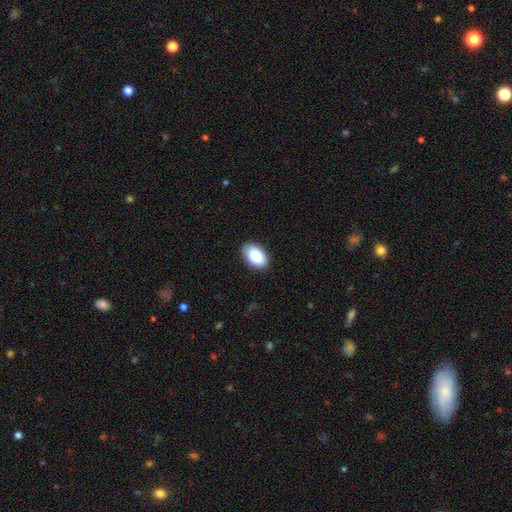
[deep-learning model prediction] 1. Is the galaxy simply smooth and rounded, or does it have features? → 84% smooth, 9% featured or disk, 7% star or artifact.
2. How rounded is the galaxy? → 92% in between, 7% round, 1% cigar-shaped.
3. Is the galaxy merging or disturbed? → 88% none, 9% minor disturbance, 2% major disturbance, 1% merger.